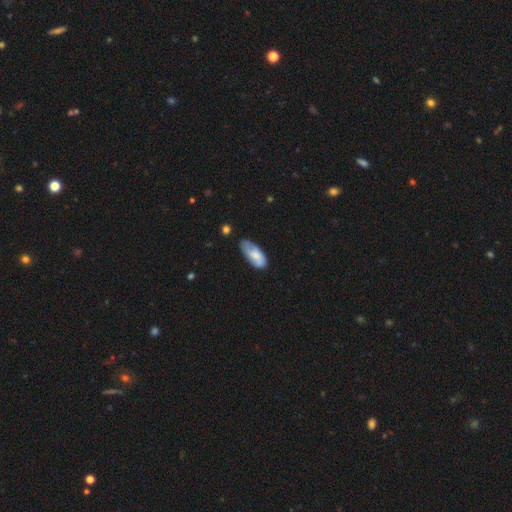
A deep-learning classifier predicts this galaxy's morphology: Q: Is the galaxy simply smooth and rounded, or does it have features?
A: smooth — 69%.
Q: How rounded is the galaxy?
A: in between — 85%.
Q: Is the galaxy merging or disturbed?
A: none — 60%.